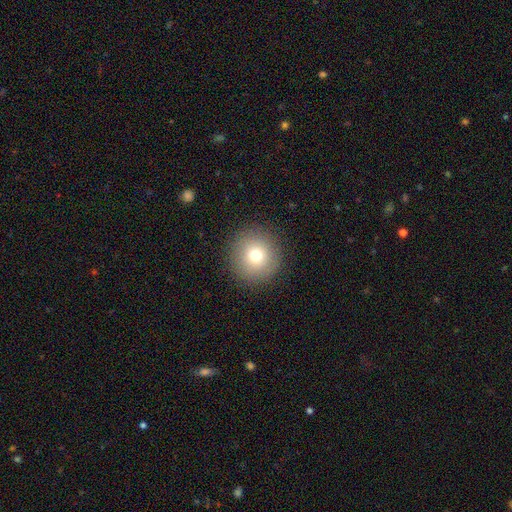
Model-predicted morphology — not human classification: Smooth or featured?
  - smooth: 74% *
  - star or artifact: 13%
  - featured or disk: 13%
How rounded?
  - round: 96% *
  - in between: 3%
  - cigar-shaped: 1%
Merging?
  - none: 91% *
  - minor disturbance: 6%
  - major disturbance: 3%
  - merger: 1%